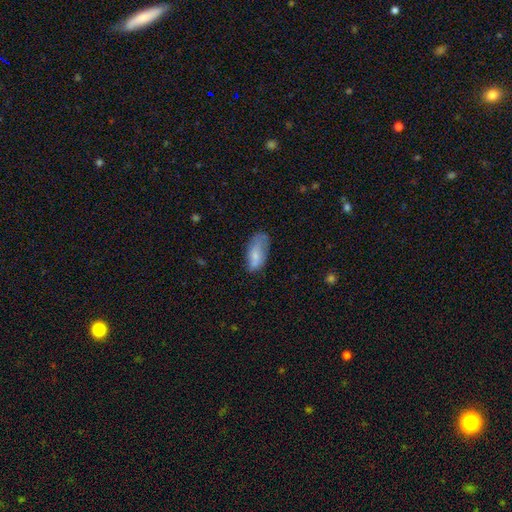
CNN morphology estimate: Smooth or featured?
  - smooth: 70% *
  - featured or disk: 22%
  - star or artifact: 8%
How rounded?
  - in between: 87% *
  - cigar-shaped: 10%
  - round: 3%
Merging?
  - none: 45% *
  - minor disturbance: 34%
  - major disturbance: 16%
  - merger: 5%